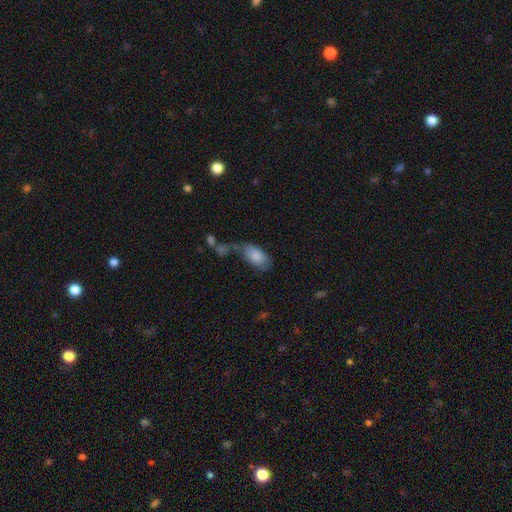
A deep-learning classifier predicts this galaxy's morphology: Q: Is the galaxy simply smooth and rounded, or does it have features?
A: smooth — 83%.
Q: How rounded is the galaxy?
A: in between — 94%.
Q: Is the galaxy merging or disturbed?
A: none — 41%.